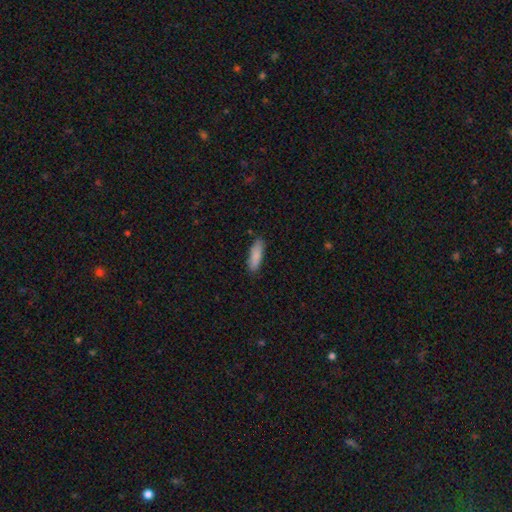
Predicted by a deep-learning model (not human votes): A smooth galaxy with no disk features (87%) that is cigar-shaped (52%).

Vote fractions:
- Smooth or featured? smooth: 87% / featured or disk: 7% / star or artifact: 6%
- How rounded? cigar-shaped: 52% / in between: 46% / round: 2%
- Merging? none: 85% / minor disturbance: 12% / major disturbance: 2% / merger: 1%